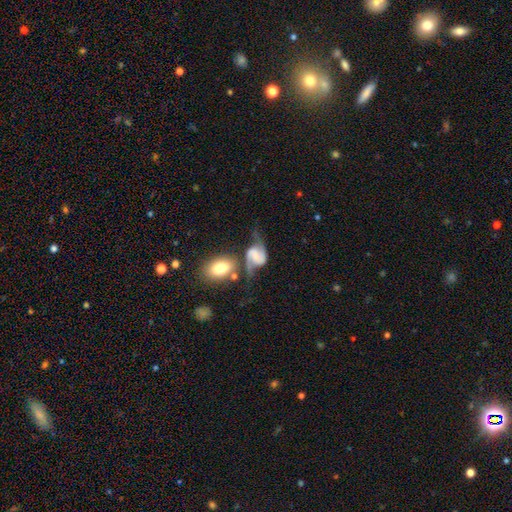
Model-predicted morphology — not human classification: This is likely a featured or disk galaxy (76%). It is clearly not viewed edge-on (97%). Bar: possibly no (47%). Spiral arm pattern: clearly yes (94%). Spiral arm count: clearly 2 (91%). Spiral winding: possibly loose (58%). Central bulge: possibly none (50%). Merging: marginally none (43%).